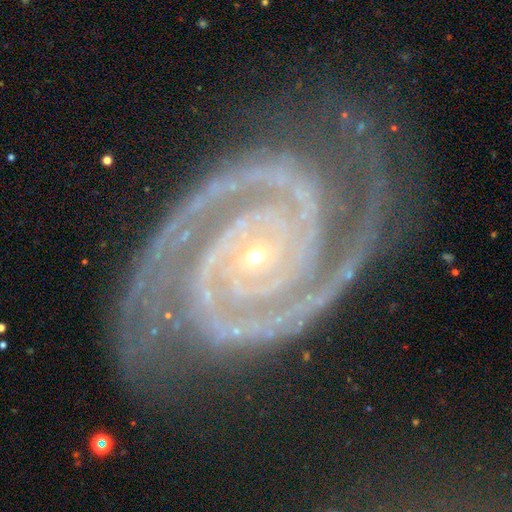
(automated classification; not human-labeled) featured or disk 94%, star or artifact 4%, smooth 2%. Down the decision tree: edge-on disk — no (98%); bar — no (70%); spiral arms — yes (99%); spiral arm count — 2 (86%); spiral winding — tight (81%); bulge size — small (86%); merging — none (76%).